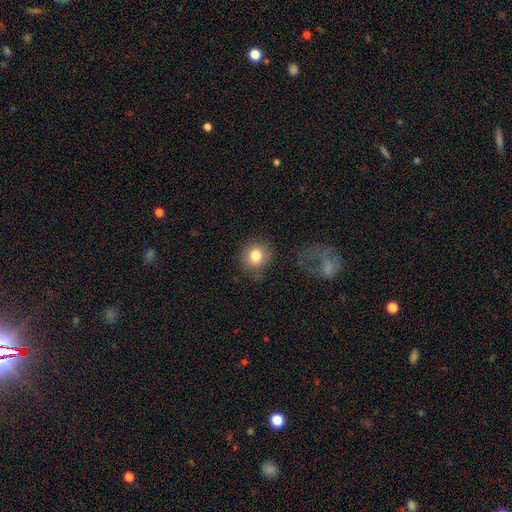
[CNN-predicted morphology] Smooth or featured: smooth — 81% (star or artifact — 10%)
How rounded: round — 83% (in between — 16%)
Merging: none — 76% (minor disturbance — 15%)